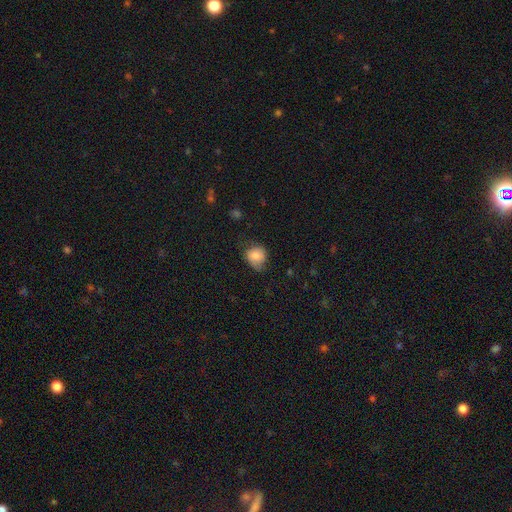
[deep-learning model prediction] Q: Smooth or featured?
A: smooth (74%); runner-up: featured or disk (18%)
Q: How rounded?
A: round (64%); runner-up: in between (35%)
Q: Merging?
A: none (49%); runner-up: minor disturbance (35%)